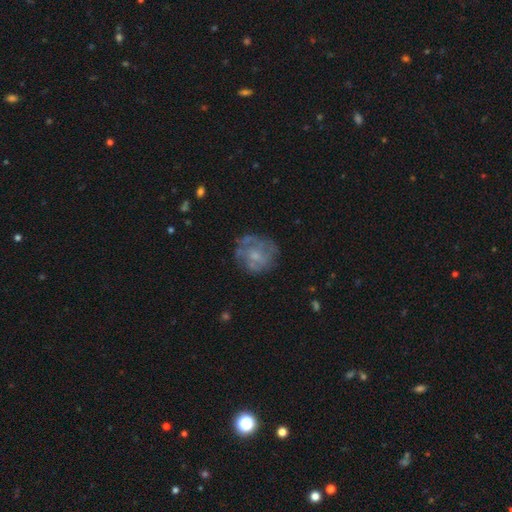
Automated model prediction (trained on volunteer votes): featured or disk 61%, smooth 30%, star or artifact 9%. Down the decision tree: edge-on disk — no (98%); bar — no (77%); spiral arms — yes (58%); bulge size — small (46%); merging — none (64%).